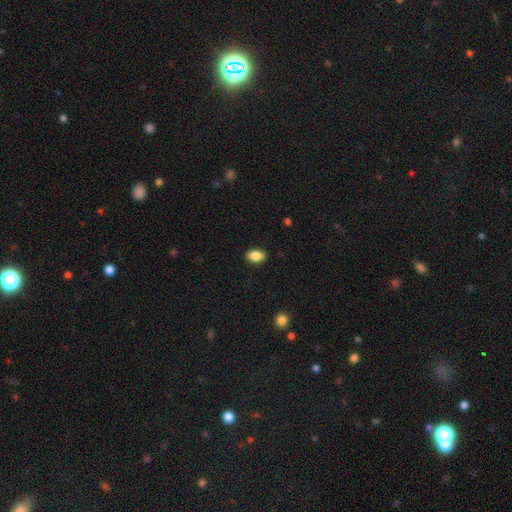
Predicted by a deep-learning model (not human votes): A smooth galaxy with no disk features (87%) that is in between round and cigar-shaped (89%). Merging: none (88%).